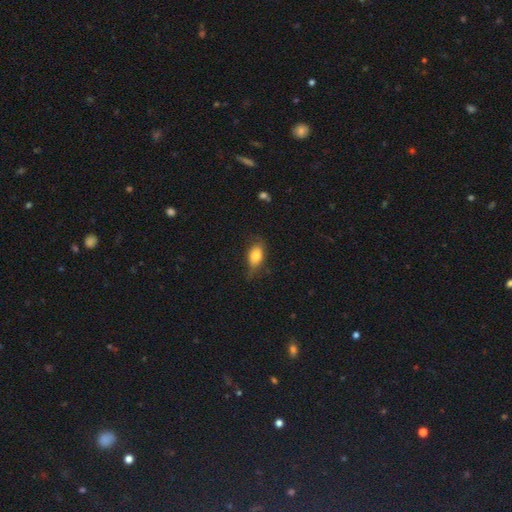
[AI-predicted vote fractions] smooth 78%, featured or disk 14%, star or artifact 8%. Down the decision tree: how rounded — in between (84%); merging — none (64%).